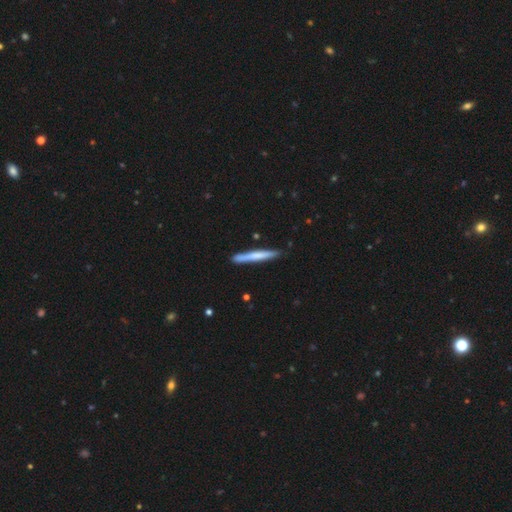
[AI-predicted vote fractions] Smooth or featured? Predicted: smooth (p=0.60). How rounded? Predicted: cigar-shaped (p=0.96). Merging? Predicted: none (p=0.85).